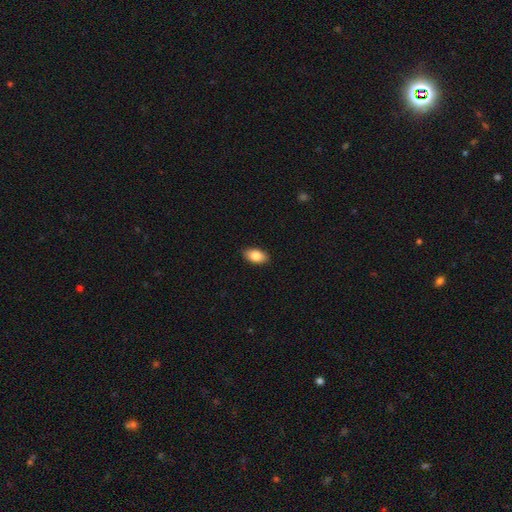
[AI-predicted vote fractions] This appears to be a smooth galaxy with no disk features (85%) that is in between round and cigar-shaped (93%). Merging: none (89%).